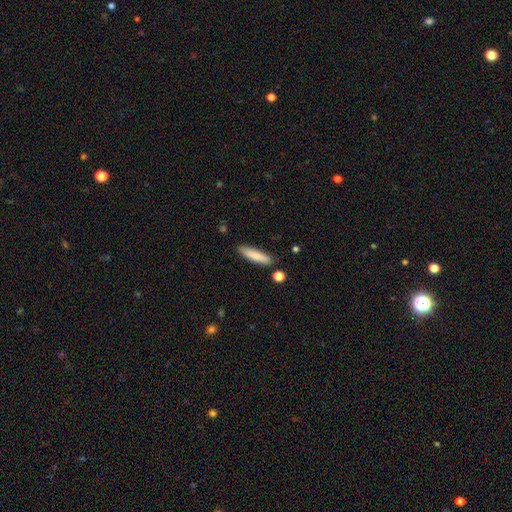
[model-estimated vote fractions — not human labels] This appears to be a smooth galaxy with no disk features (82%) that is cigar-shaped (80%). Merging: none (85%).